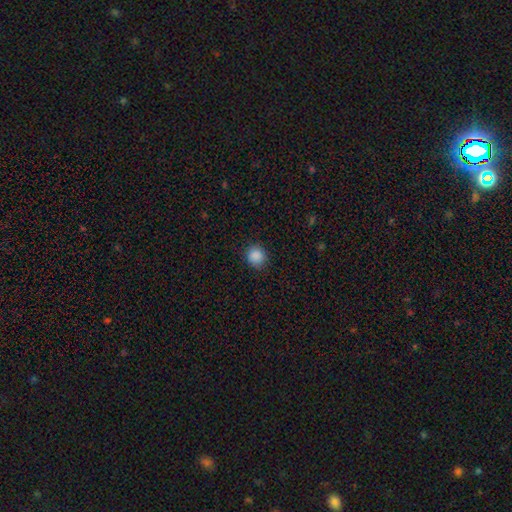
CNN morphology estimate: type=smooth (88%); roundness=round (88%); merging=none (88%).